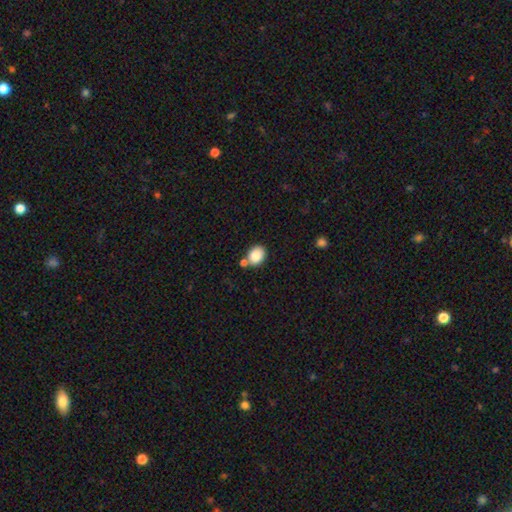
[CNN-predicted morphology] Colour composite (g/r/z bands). It shows a smooth galaxy with no disk features (86%) that is in between round and cigar-shaped (55%). Merging: none (66%).